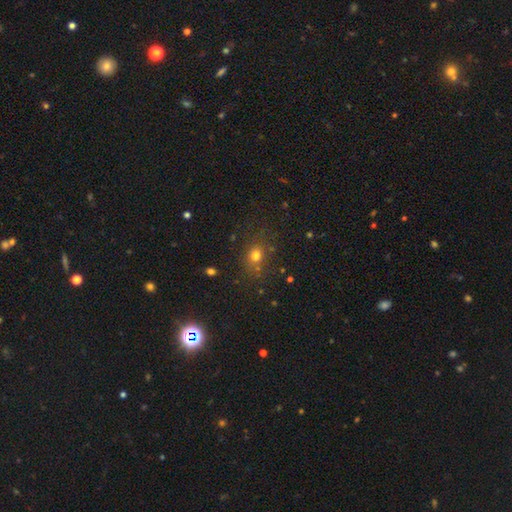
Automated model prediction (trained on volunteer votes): Overall: smooth (73%). How rounded: round (64%; in between 35%). Merging: none (74%).